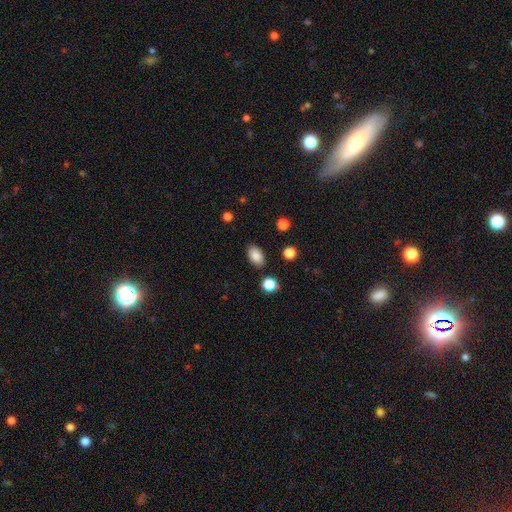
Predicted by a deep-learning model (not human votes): This appears to be a smooth galaxy with no disk features (86%) that is in between round and cigar-shaped (91%). Merging: none (86%).